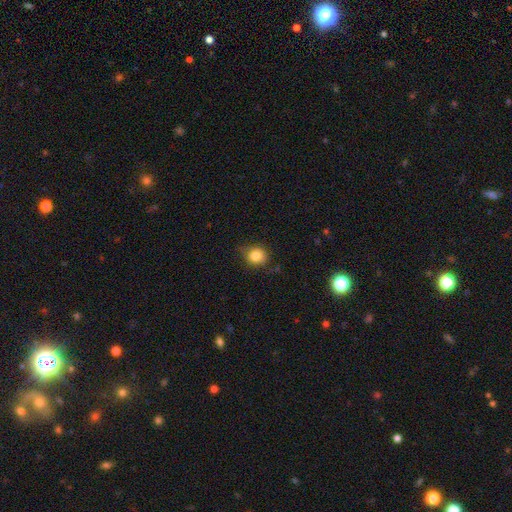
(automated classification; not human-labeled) smooth_or_featured: smooth (p=0.81) [alt: star or artifact p=0.11]
how_rounded: round (p=0.80) [alt: in between p=0.19]
merging: none (p=0.70) [alt: minor disturbance p=0.24]